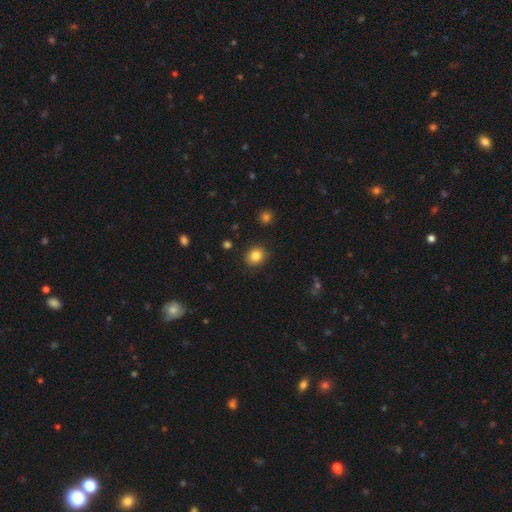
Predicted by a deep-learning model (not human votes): Smooth or featured: smooth — 85% (star or artifact — 10%)
How rounded: round — 66% (in between — 33%)
Merging: none — 89% (minor disturbance — 8%)